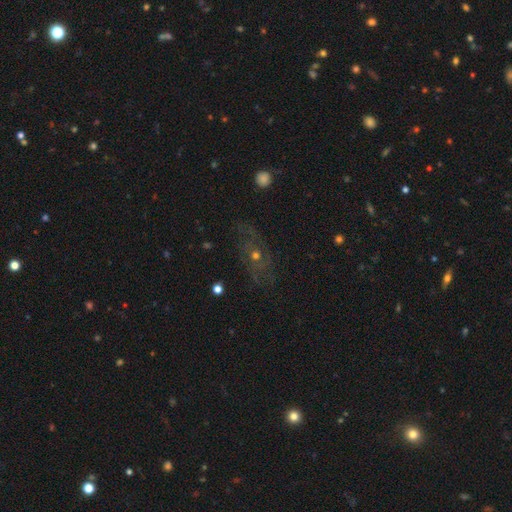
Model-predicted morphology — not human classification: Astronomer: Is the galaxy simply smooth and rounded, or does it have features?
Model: featured or disk — 62%.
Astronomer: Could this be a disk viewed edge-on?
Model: no — 91%.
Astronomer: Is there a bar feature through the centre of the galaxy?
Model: no — 84%.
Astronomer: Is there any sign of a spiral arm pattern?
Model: yes — 71%.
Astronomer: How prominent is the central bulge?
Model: small — 48% (runner-up: moderate, 45%).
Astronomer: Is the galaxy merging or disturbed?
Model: none — 66%.